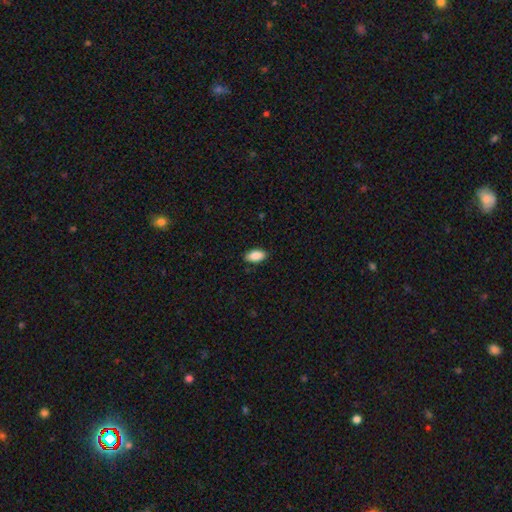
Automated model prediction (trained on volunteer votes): Smooth or featured? smooth (89%)
How rounded? in between (94%)
Merging? none (87%)